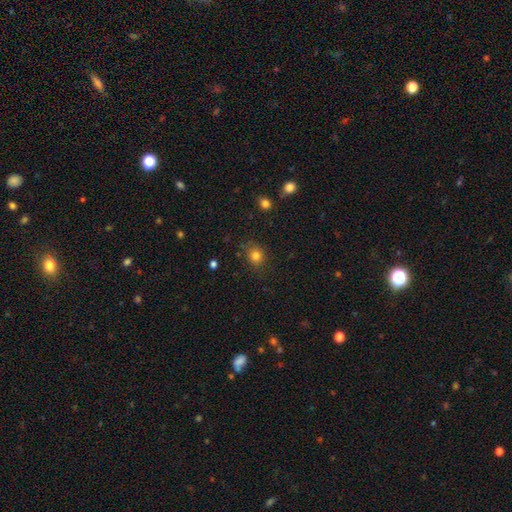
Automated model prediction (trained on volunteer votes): smooth 80%, star or artifact 13%, featured or disk 6%. Down the decision tree: how rounded — round (73%); merging — none (81%).